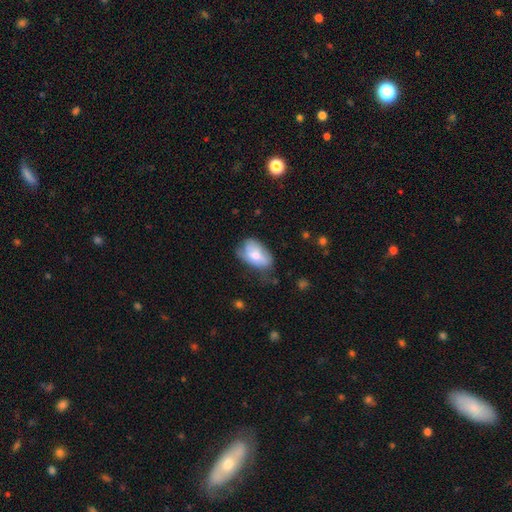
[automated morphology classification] smooth-or-featured: smooth: 66% | featured or disk: 27% | star or artifact: 7%
  how-rounded: in between: 91% | round: 7% | cigar-shaped: 2%
  merging: none: 43% | minor disturbance: 38% | major disturbance: 16% | merger: 2%